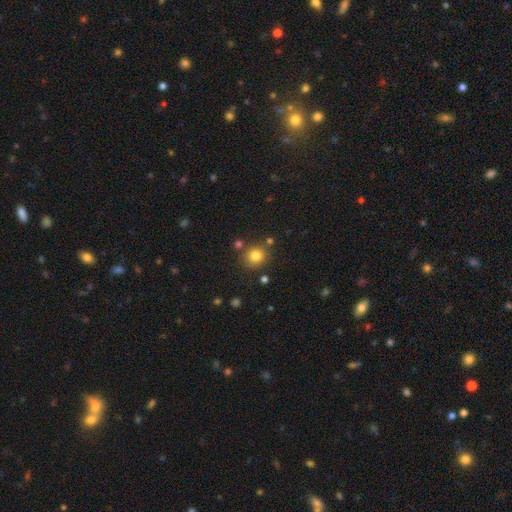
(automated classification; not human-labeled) This appears to be a smooth galaxy with no disk features (80%) that is round (86%). Merging: none (82%).